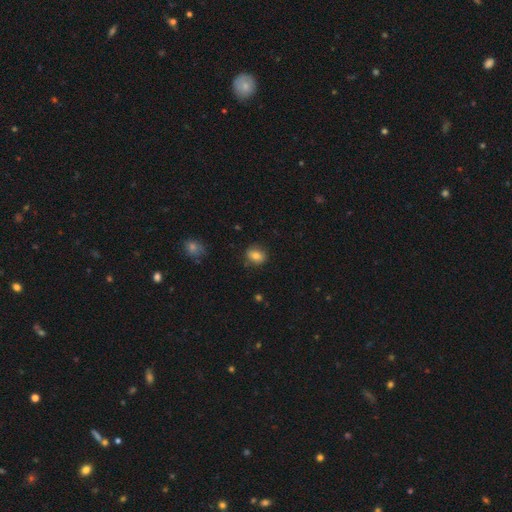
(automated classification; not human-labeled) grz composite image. It shows a smooth galaxy with no disk features (81%) that is round (54%). Merging: none (84%).